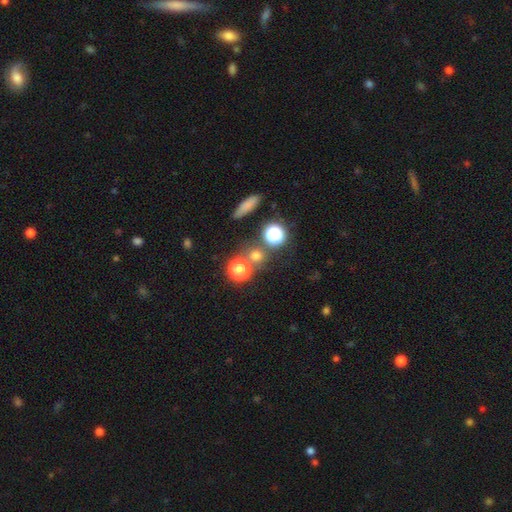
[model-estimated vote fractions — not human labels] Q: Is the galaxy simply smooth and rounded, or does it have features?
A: smooth — 65%.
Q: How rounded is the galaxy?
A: round — 88%.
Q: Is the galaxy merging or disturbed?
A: none — 67%.